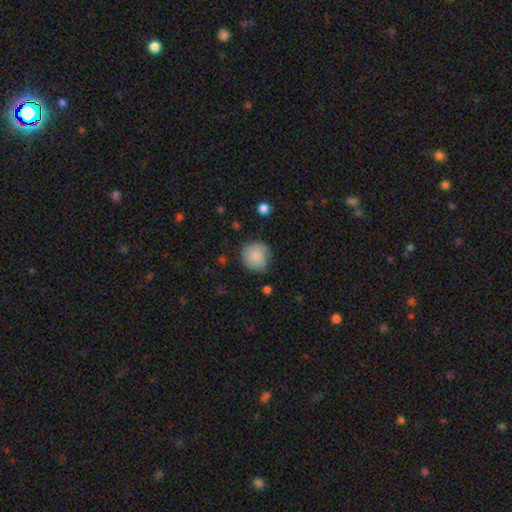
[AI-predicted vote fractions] A smooth galaxy with no disk features (82%) that is round (89%). Merging: none (73%).